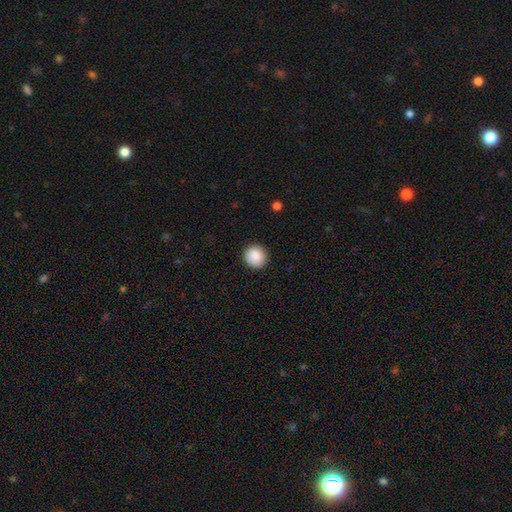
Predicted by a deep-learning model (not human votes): This is clearly a smooth galaxy (89%). How rounded: clearly round (93%). Merging: clearly none (92%).